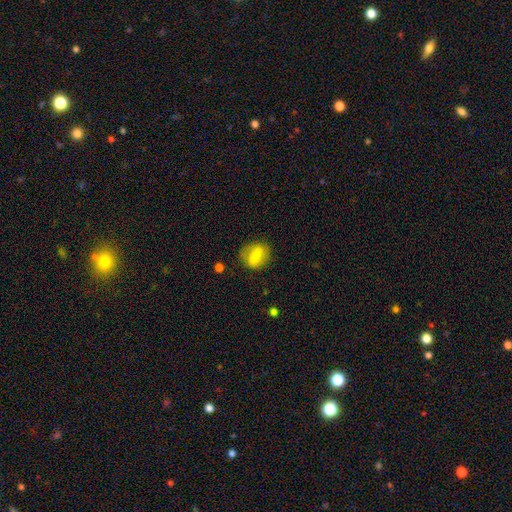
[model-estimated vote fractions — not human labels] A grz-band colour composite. It shows a smooth galaxy with no disk features (66%) that is in between round and cigar-shaped (55%). Merging: none (78%).